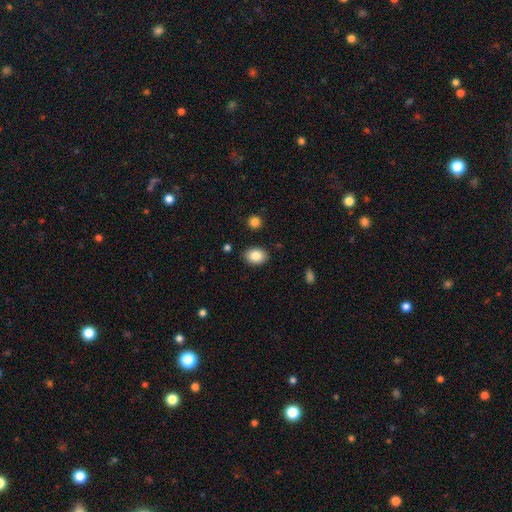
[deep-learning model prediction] This is clearly a smooth galaxy (85%). How rounded: likely in between (74%). Merging: clearly none (87%).